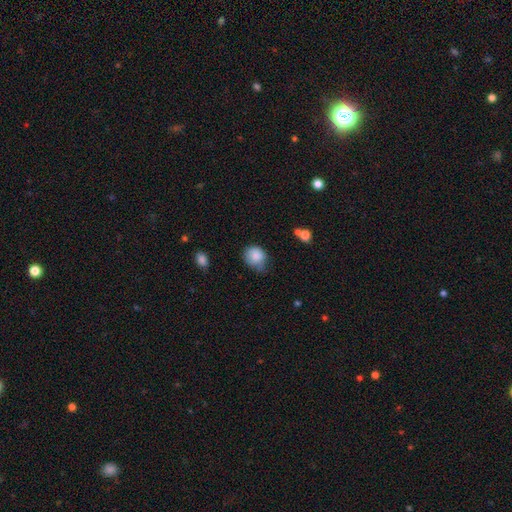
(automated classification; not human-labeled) Smooth or featured? smooth (84%)
How rounded? round (65%)
Merging? none (44%)